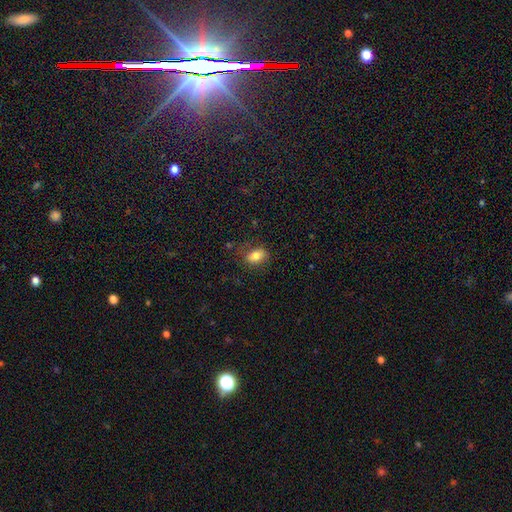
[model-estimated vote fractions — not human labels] A smooth galaxy with no disk features (80%) that is in between round and cigar-shaped (82%). Merging: none (75%).